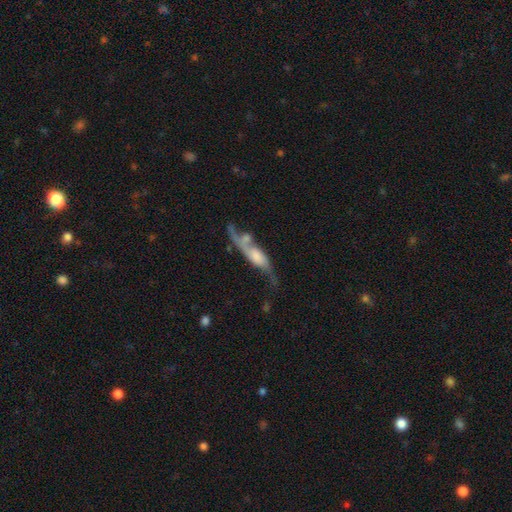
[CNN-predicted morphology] This is likely a featured or disk galaxy (63%). It is likely not viewed edge-on (62%). Merging: marginally none (32%).